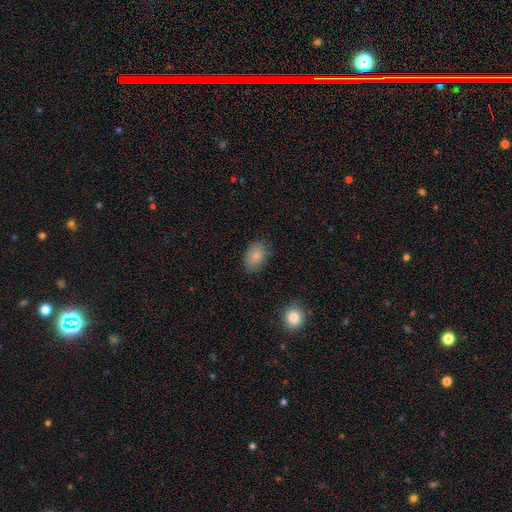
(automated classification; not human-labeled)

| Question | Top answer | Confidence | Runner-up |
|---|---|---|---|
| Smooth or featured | smooth | 82% | featured or disk (10%) |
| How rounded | in between | 81% | round (18%) |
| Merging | none | 78% | minor disturbance (17%) |